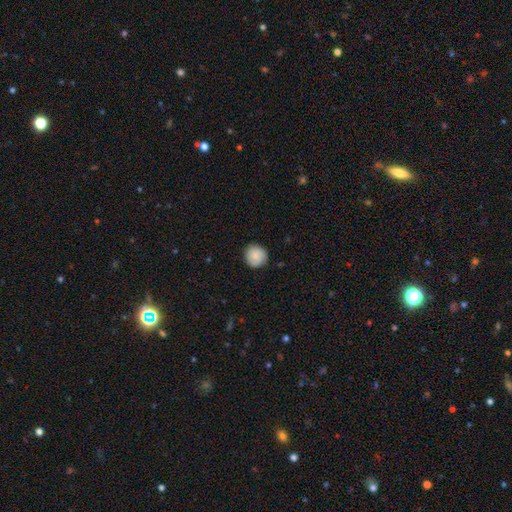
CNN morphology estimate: smooth-or-featured: smooth: 87% | star or artifact: 7% | featured or disk: 6%
  how-rounded: round: 91% | in between: 8% | cigar-shaped: 1%
  merging: none: 87% | minor disturbance: 10% | major disturbance: 2% | merger: 1%